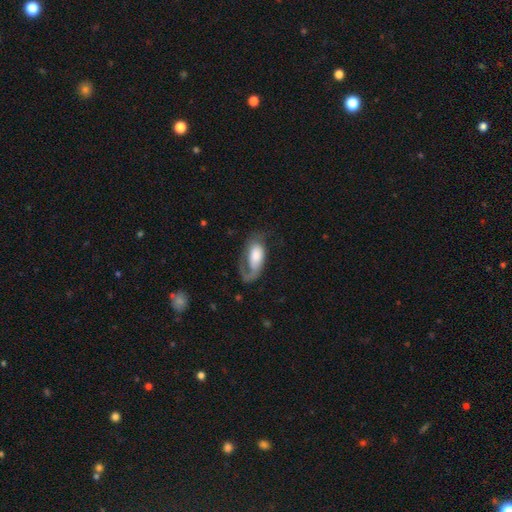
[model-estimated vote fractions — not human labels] Q: Smooth or featured?
A: featured or disk (52%); runner-up: smooth (41%)
Q: Edge-on disk?
A: no (93%); runner-up: yes (7%)
Q: Merging?
A: major disturbance (41%); runner-up: none (35%)